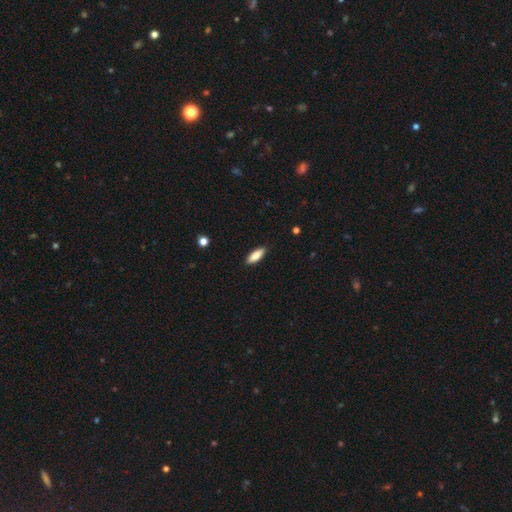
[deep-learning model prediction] Smooth or featured?
  - smooth: 82% *
  - featured or disk: 12%
  - star or artifact: 6%
How rounded?
  - in between: 61% *
  - cigar-shaped: 37%
  - round: 2%
Merging?
  - none: 89% *
  - minor disturbance: 9%
  - major disturbance: 2%
  - merger: 1%